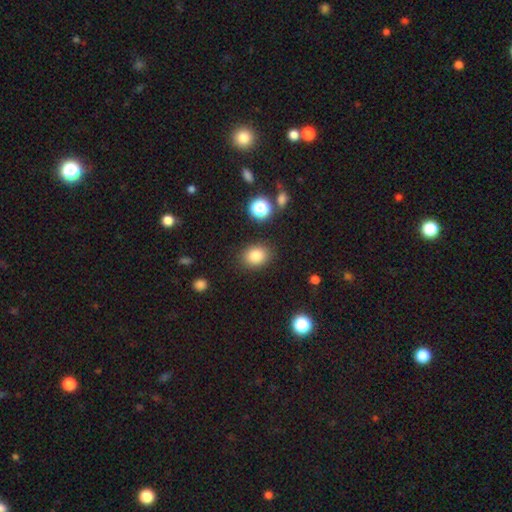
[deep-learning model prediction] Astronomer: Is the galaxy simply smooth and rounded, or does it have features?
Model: smooth — 83%.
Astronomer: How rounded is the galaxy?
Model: in between — 54% (runner-up: round, 45%).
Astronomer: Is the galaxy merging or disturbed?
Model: none — 86%.